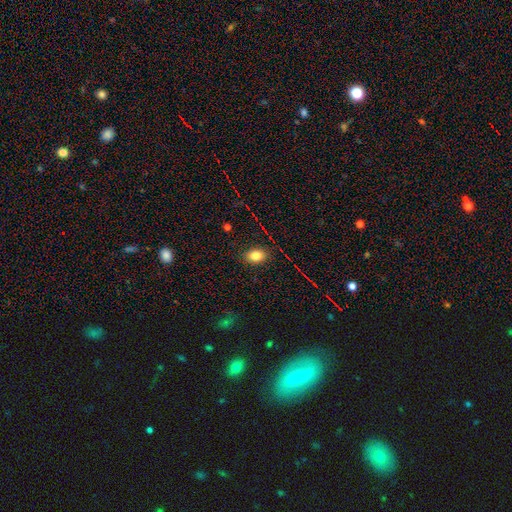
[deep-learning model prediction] Q: Smooth or featured?
A: smooth (82%); runner-up: star or artifact (10%)
Q: How rounded?
A: in between (76%); runner-up: round (23%)
Q: Merging?
A: none (87%); runner-up: minor disturbance (10%)